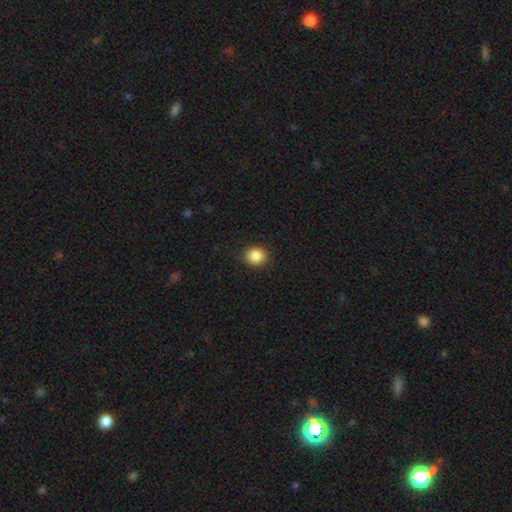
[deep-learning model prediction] Overall: smooth (87%). How rounded: round (76%). Merging: none (91%).